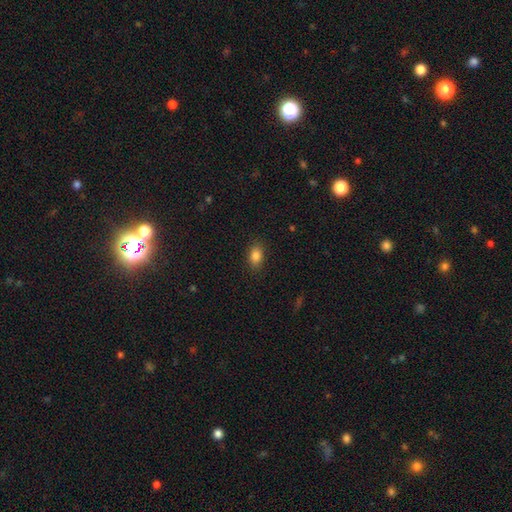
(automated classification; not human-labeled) smooth 84%, star or artifact 10%, featured or disk 6%. Down the decision tree: how rounded — in between (84%); merging — none (87%).